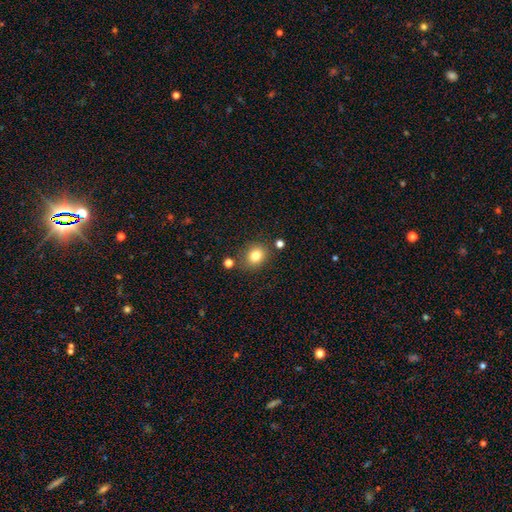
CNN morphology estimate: smooth-or-featured: smooth: 81% | star or artifact: 12% | featured or disk: 8%
  how-rounded: round: 71% | in between: 28% | cigar-shaped: 1%
  merging: none: 80% | minor disturbance: 11% | merger: 6% | major disturbance: 3%